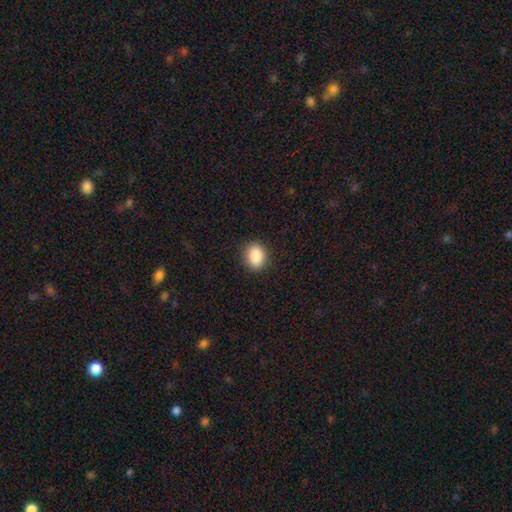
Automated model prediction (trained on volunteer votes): smooth 88%, star or artifact 8%, featured or disk 3%. Down the decision tree: how rounded — in between (57%); merging — none (89%).